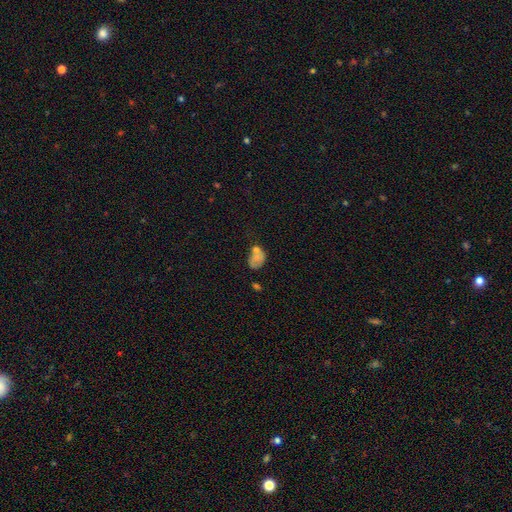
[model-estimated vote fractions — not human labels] A smooth galaxy with no disk features (54%) that is in between round and cigar-shaped (68%). Merging: none (37%).